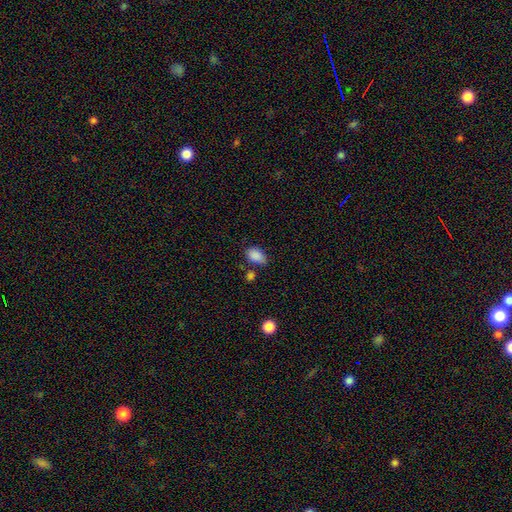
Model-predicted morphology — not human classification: This appears to be a smooth galaxy with no disk features (87%) that is in between round and cigar-shaped (86%). Merging: none (59%).